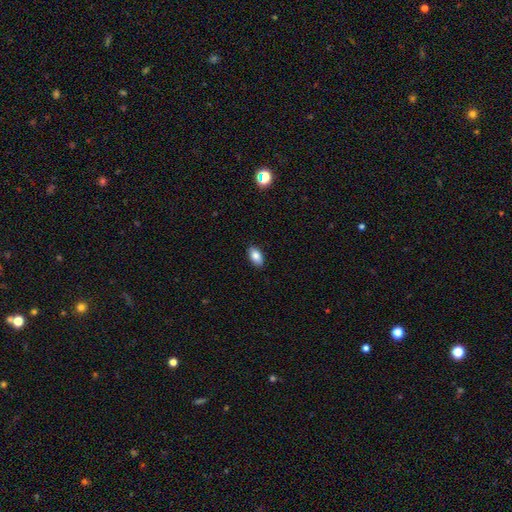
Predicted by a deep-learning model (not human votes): This is clearly a smooth galaxy (84%). How rounded: clearly in between (92%). Merging: clearly none (89%).